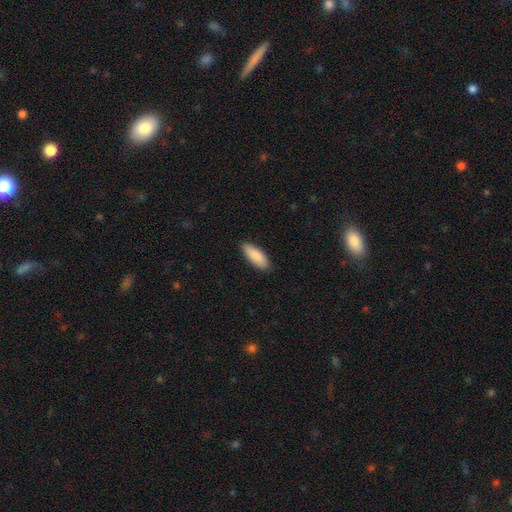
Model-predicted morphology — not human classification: The model was most divided on "how rounded": in between: 71%, cigar-shaped: 27%, round: 2%. More confident: smooth or featured — smooth (87%); merging — none (87%).